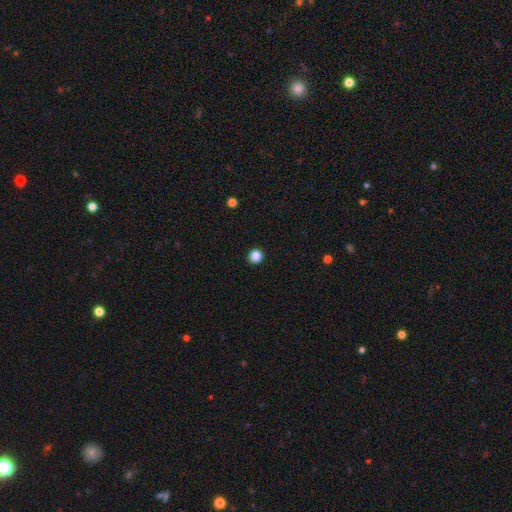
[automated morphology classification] type=smooth (85%); roundness=round (95%); merging=none (94%).